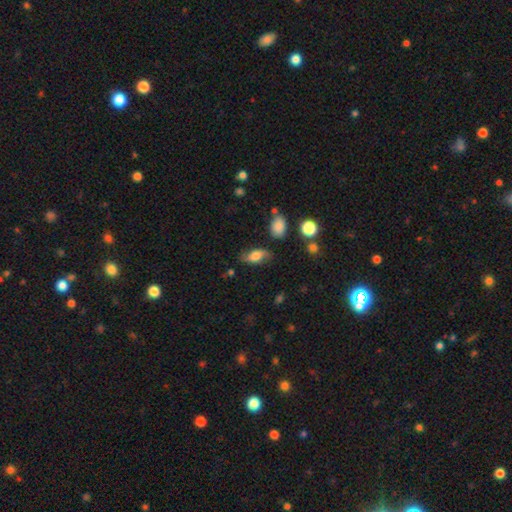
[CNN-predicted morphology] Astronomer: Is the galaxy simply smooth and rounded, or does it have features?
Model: smooth — 61%.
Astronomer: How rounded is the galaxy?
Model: in between — 85%.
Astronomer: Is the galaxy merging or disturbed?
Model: none — 67%.